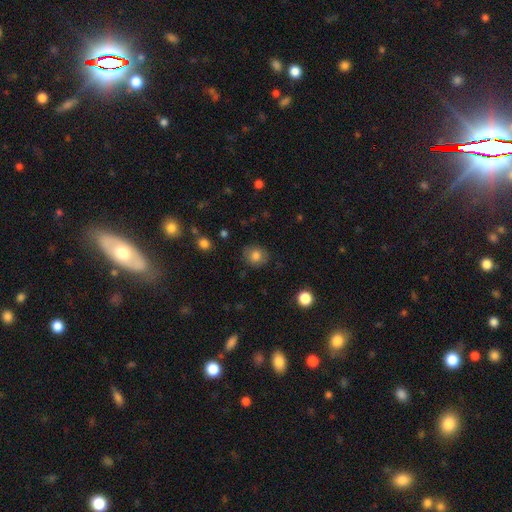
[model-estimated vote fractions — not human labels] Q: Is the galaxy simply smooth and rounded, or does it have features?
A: smooth — 81%.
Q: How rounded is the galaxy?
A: round — 76%.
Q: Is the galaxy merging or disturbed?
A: none — 82%.